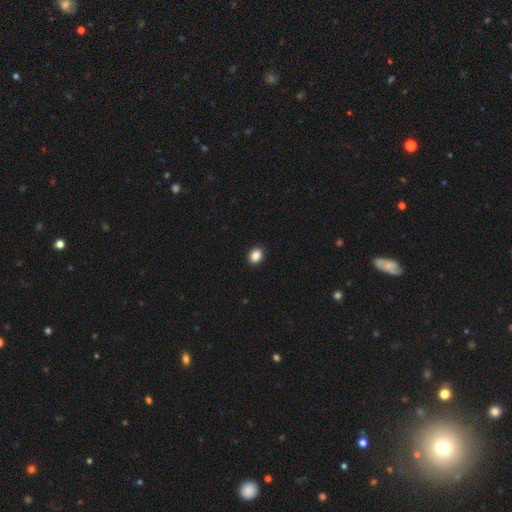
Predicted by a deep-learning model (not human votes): This appears to be a smooth galaxy with no disk features (87%) that is round (63%). Merging: none (92%).